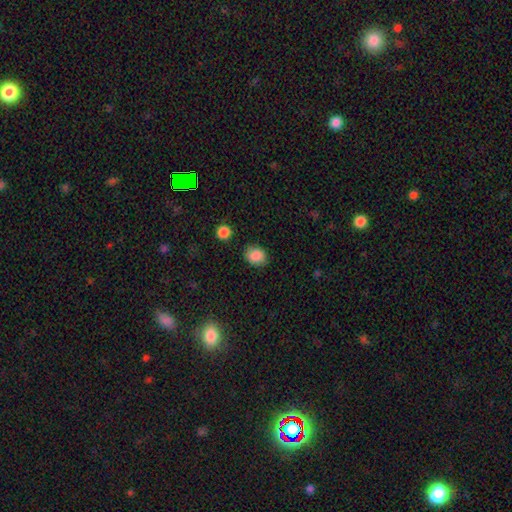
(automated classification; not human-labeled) This is clearly a smooth galaxy (86%). How rounded: likely round (61%). Merging: clearly none (81%).